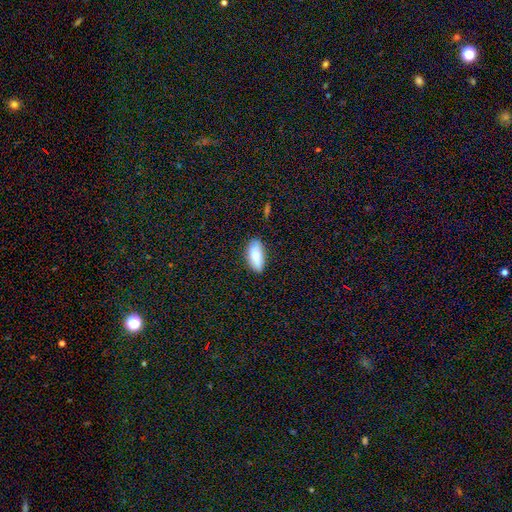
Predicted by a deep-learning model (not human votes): The model was most divided on "smooth or featured": smooth: 78%, featured or disk: 15%, star or artifact: 7%. More confident: how rounded — in between (87%); merging — none (83%).